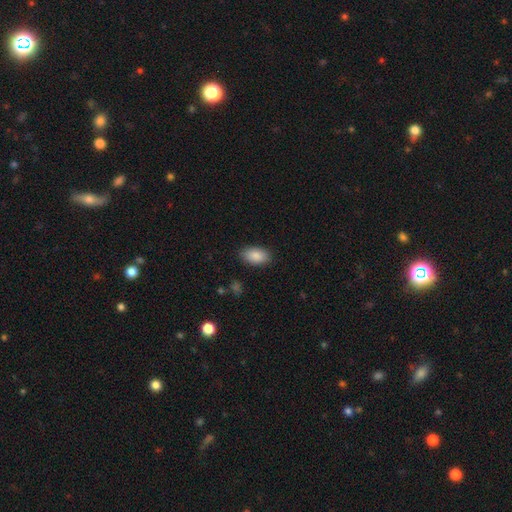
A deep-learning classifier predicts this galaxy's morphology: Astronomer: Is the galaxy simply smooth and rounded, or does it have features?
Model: smooth — 89%.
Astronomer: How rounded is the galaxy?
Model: in between — 93%.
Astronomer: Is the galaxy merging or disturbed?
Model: none — 87%.